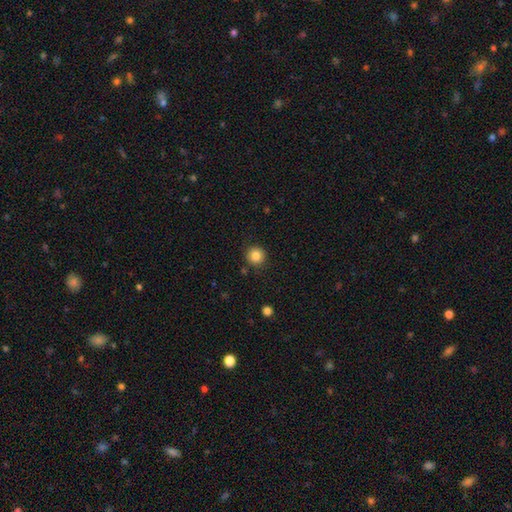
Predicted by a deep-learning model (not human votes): Smooth or featured? smooth (84%)
How rounded? round (93%)
Merging? none (89%)